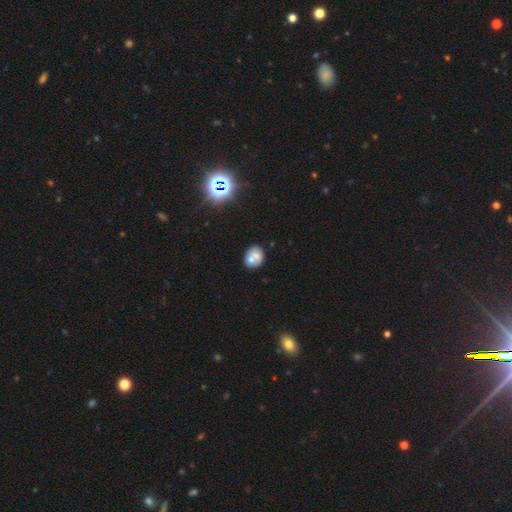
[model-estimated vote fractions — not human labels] The model was most divided on "merging": none: 43%, merger: 42%, minor disturbance: 12%, major disturbance: 4%. More confident: smooth or featured — smooth (61%); how rounded — round (59%).